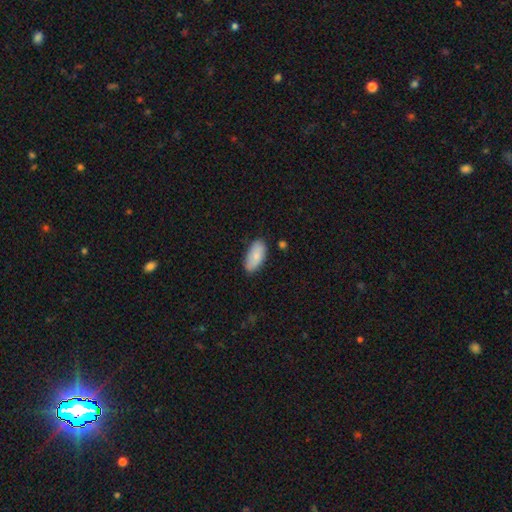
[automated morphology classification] Smooth or featured?
  - smooth: 81% *
  - featured or disk: 13%
  - star or artifact: 6%
How rounded?
  - in between: 92% *
  - cigar-shaped: 5%
  - round: 2%
Merging?
  - none: 78% *
  - minor disturbance: 17%
  - major disturbance: 3%
  - merger: 2%